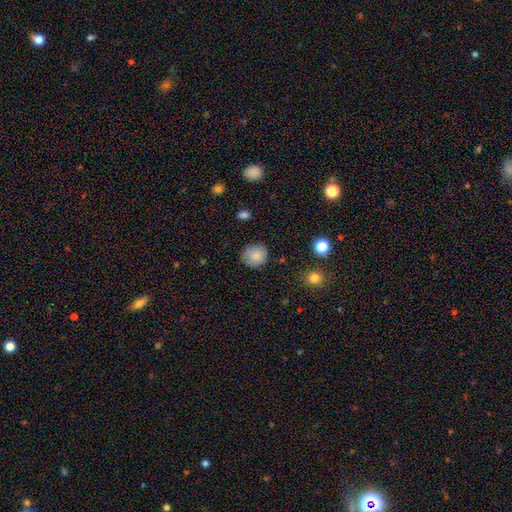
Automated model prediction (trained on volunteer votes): The model was most divided on "how rounded": round: 85%, in between: 14%, cigar-shaped: 1%. More confident: smooth or featured — smooth (86%); merging — none (84%).